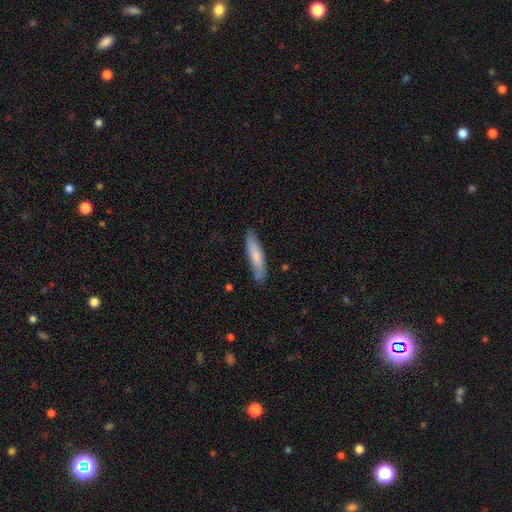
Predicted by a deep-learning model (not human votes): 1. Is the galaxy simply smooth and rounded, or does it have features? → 75% smooth, 20% featured or disk, 5% star or artifact.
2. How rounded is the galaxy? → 83% cigar-shaped, 16% in between, 1% round.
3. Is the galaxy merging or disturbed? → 84% none, 13% minor disturbance, 2% major disturbance, 1% merger.